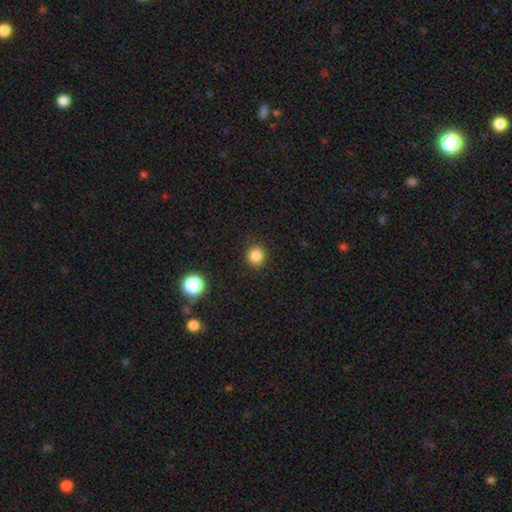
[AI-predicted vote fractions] Smooth or featured? Predicted: smooth (p=0.85). How rounded? Predicted: round (p=0.90). Merging? Predicted: none (p=0.90).